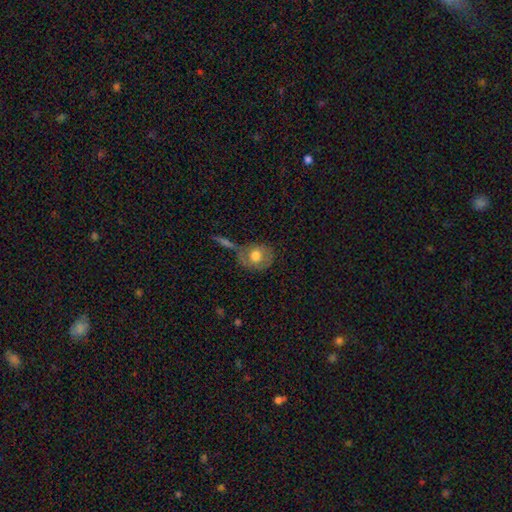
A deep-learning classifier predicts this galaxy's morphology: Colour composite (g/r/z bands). It shows a smooth galaxy with no disk features (66%) that is round (62%). Merging: none (48%).